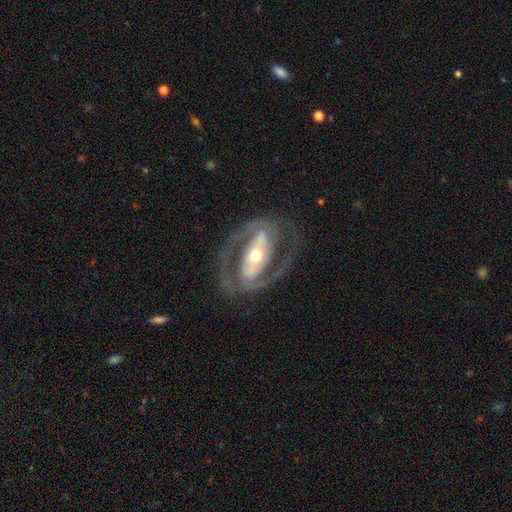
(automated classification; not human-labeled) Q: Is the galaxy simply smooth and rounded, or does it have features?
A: featured or disk — 89%.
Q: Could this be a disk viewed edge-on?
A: no — 95%.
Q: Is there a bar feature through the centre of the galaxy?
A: strong — 59%.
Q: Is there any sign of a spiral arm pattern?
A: yes — 88%.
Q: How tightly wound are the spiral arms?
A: medium — 51%.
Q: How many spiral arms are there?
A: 2 — 90%.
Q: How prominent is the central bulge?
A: moderate — 62%.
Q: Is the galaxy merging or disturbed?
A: none — 77%.